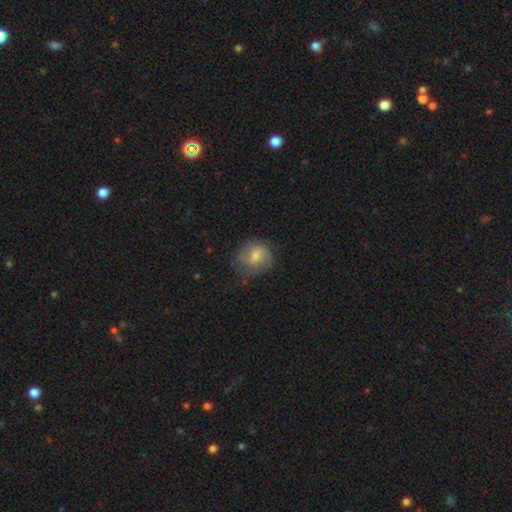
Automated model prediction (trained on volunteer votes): This appears to be a smooth galaxy with no disk features (61%) that is round (72%). Merging: none (60%).